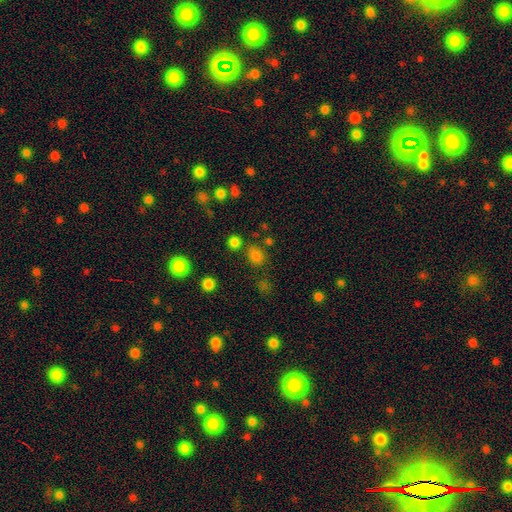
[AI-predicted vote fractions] This appears to be a smooth galaxy with no disk features (76%) that is round (64%). Merging: none (73%).